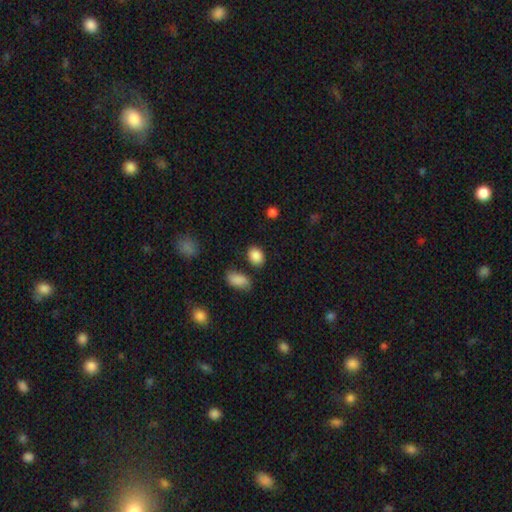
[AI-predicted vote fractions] A smooth galaxy with no disk features (87%) that is in between round and cigar-shaped (64%).

Vote fractions:
- Smooth or featured? smooth: 87% / star or artifact: 9% / featured or disk: 4%
- How rounded? in between: 64% / round: 34% / cigar-shaped: 1%
- Merging? none: 79% / minor disturbance: 12% / merger: 6% / major disturbance: 3%